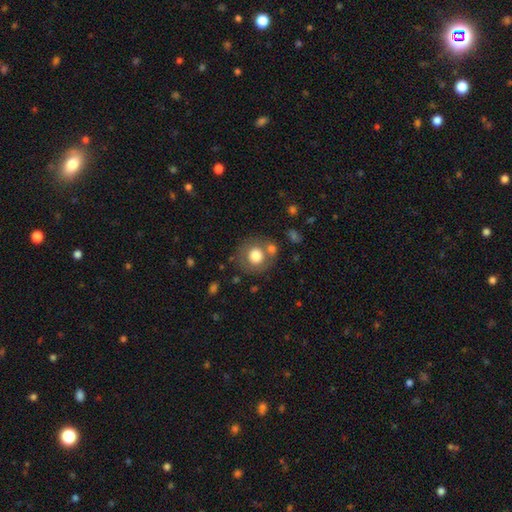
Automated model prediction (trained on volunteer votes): The model was most divided on "smooth or featured": smooth: 73%, featured or disk: 17%, star or artifact: 10%. More confident: how rounded — round (90%); merging — none (71%).